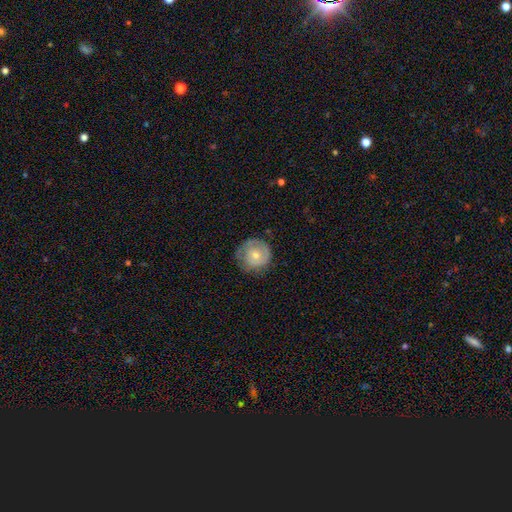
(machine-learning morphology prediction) Smooth or featured: smooth — 54% (featured or disk — 40%)
How rounded: round — 92% (in between — 7%)
Merging: none — 68% (minor disturbance — 23%)